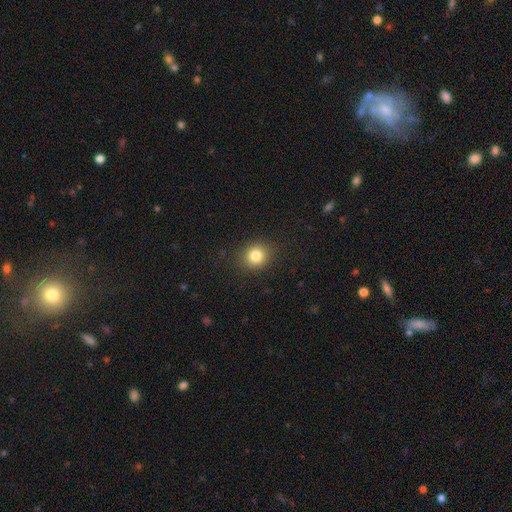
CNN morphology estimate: type=smooth (82%); roundness=round (79%); merging=none (88%).